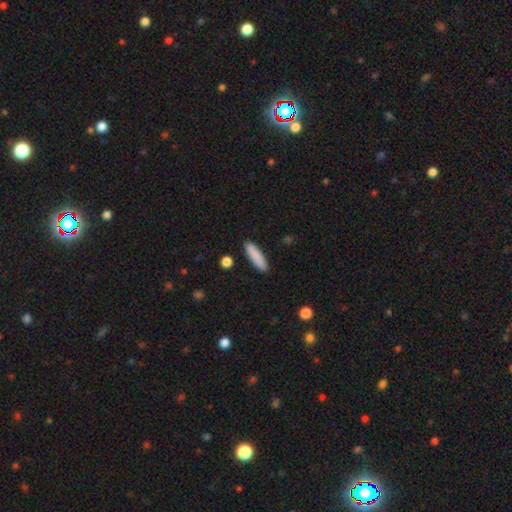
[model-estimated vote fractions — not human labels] Smooth or featured: smooth — 87% (featured or disk — 7%)
How rounded: cigar-shaped — 71% (in between — 27%)
Merging: none — 89% (minor disturbance — 7%)